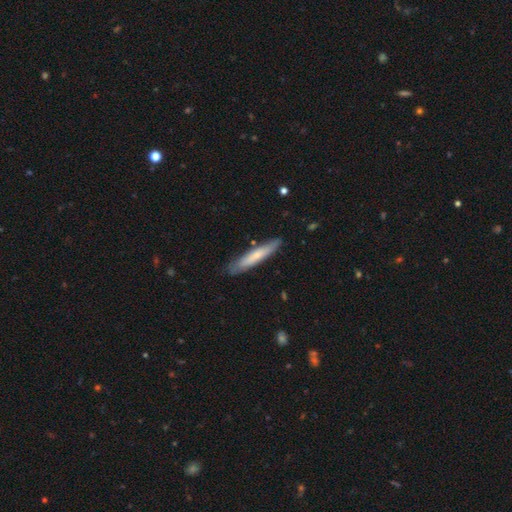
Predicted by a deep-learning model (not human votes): smooth-or-featured: smooth: 61% | featured or disk: 34% | star or artifact: 5%
  how-rounded: cigar-shaped: 91% | in between: 8% | round: 1%
  merging: none: 81% | minor disturbance: 15% | major disturbance: 2% | merger: 2%